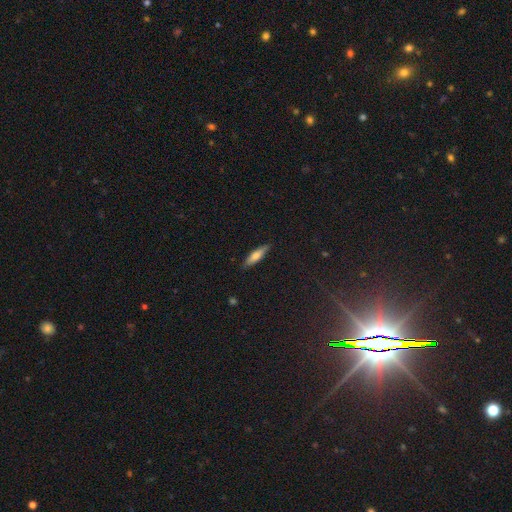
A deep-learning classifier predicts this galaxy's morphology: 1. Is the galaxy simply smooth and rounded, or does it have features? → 68% smooth, 26% featured or disk, 6% star or artifact.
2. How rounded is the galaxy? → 68% cigar-shaped, 30% in between, 2% round.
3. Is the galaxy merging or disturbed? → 87% none, 10% minor disturbance, 2% major disturbance, 1% merger.